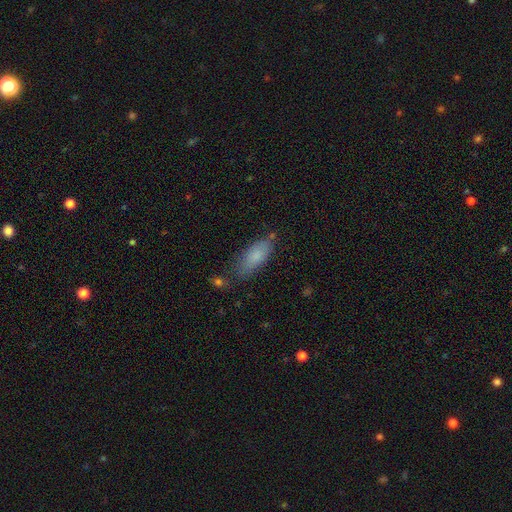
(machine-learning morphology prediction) Smooth or featured? smooth (80%)
How rounded? in between (75%)
Merging? none (65%)